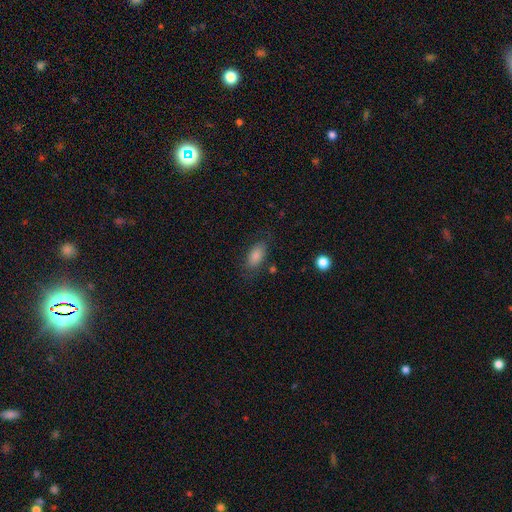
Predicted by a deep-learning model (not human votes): smooth_or_featured: smooth (p=0.76) [alt: featured or disk p=0.13]
how_rounded: in between (p=0.86) [alt: cigar-shaped p=0.09]
merging: none (p=0.77) [alt: minor disturbance p=0.16]